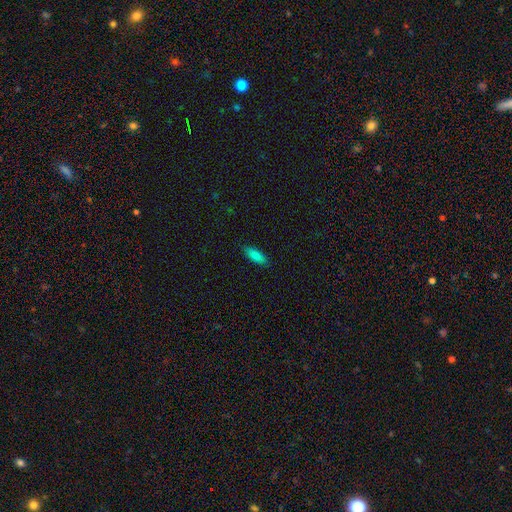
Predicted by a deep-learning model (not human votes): Smooth or featured: smooth — 84% (featured or disk — 8%)
How rounded: in between — 64% (cigar-shaped — 34%)
Merging: none — 88% (minor disturbance — 9%)